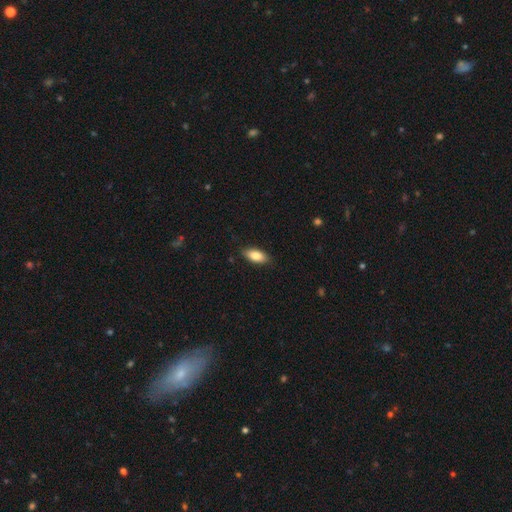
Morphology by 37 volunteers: Smooth or featured? 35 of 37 (95%) said smooth. How rounded? 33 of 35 (94%) said in between. Merging? 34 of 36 (94%) said none.